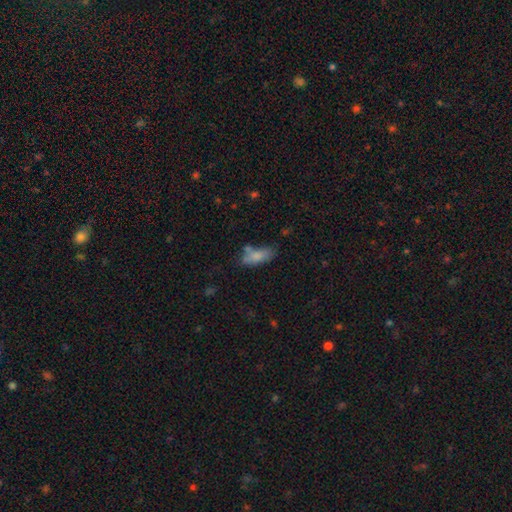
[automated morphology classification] Smooth or featured? Predicted: smooth (p=0.77). How rounded? Predicted: in between (p=0.78). Merging? Predicted: none (p=0.50).